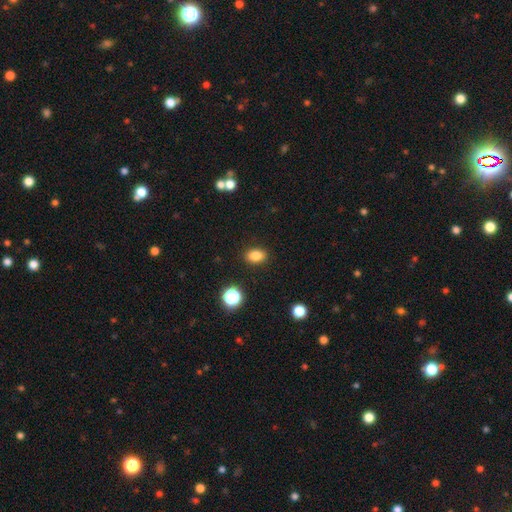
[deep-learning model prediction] A smooth galaxy with no disk features (83%) that is in between round and cigar-shaped (77%). Merging: none (89%).